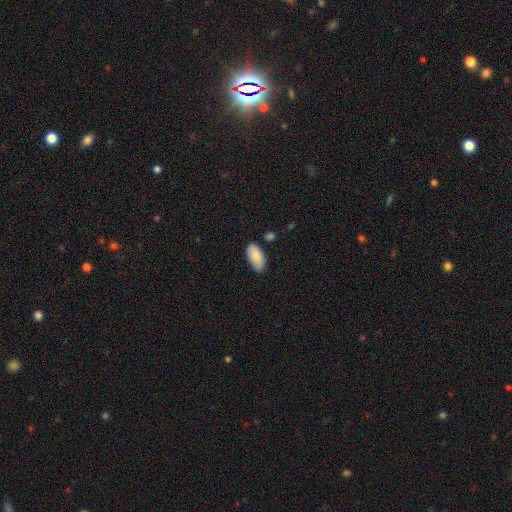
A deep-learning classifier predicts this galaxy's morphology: Smooth or featured?
  - smooth: 85% *
  - featured or disk: 9%
  - star or artifact: 6%
How rounded?
  - in between: 93% *
  - cigar-shaped: 5%
  - round: 2%
Merging?
  - none: 74% *
  - minor disturbance: 20%
  - merger: 3%
  - major disturbance: 3%